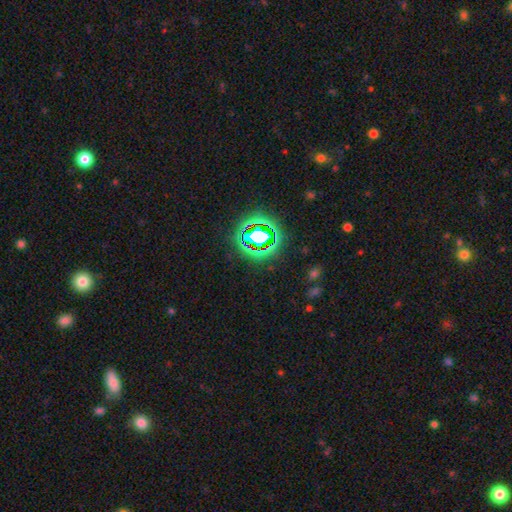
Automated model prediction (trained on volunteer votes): Overall: star or artifact (73%).